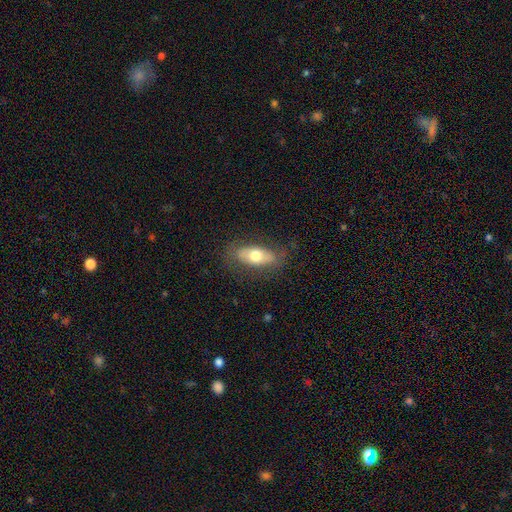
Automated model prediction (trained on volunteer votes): This is likely a smooth galaxy (61%). How rounded: clearly in between (84%). Merging: likely none (79%).